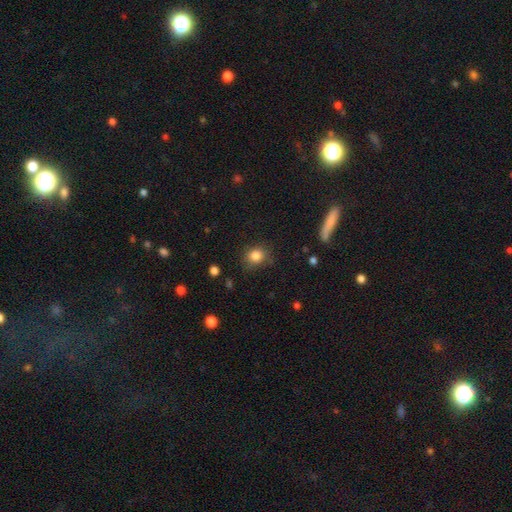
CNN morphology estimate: smooth 84%, star or artifact 11%, featured or disk 6%. Down the decision tree: how rounded — round (72%); merging — none (78%).